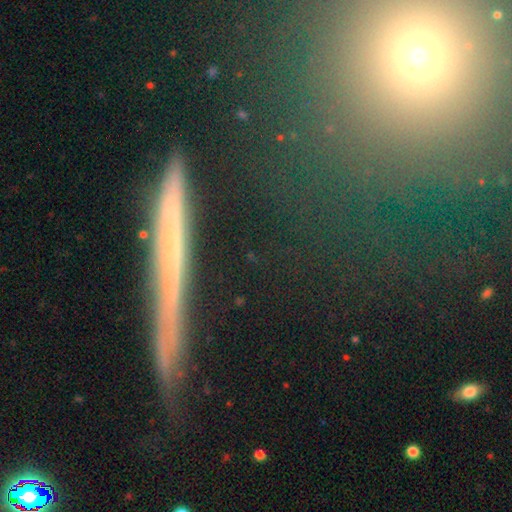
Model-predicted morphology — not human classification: featured or disk 43%, smooth 31%, star or artifact 26%. Down the decision tree: merging — none (81%).